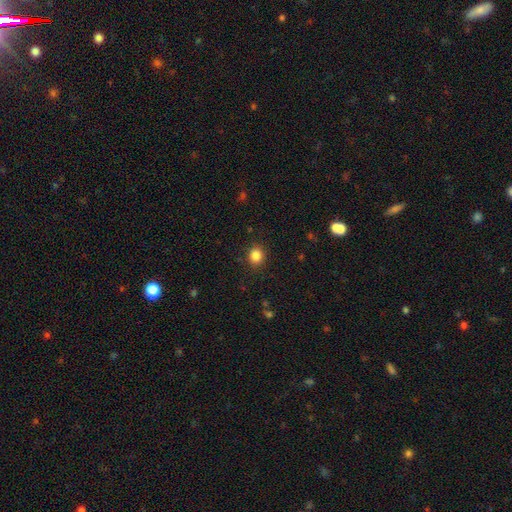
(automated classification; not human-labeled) Smooth or featured? Predicted: smooth (p=0.85). How rounded? Predicted: round (p=0.77). Merging? Predicted: none (p=0.89).